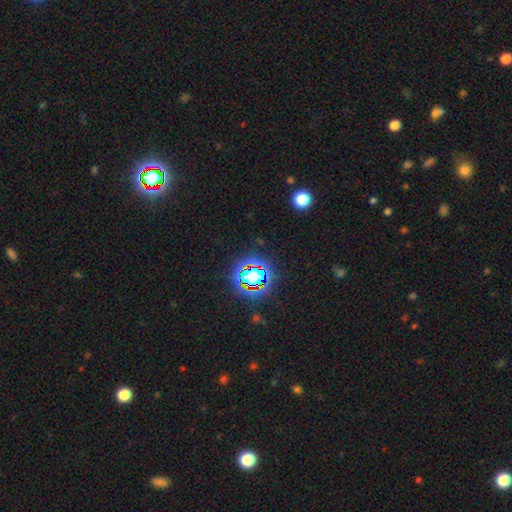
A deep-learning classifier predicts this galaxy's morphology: Smooth or featured: star or artifact — 77% (smooth — 15%)